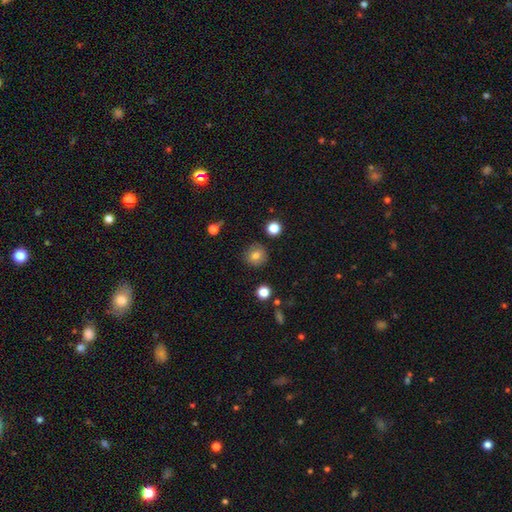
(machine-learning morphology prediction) A smooth galaxy with no disk features (80%) that is round (93%). Merging: none (89%).